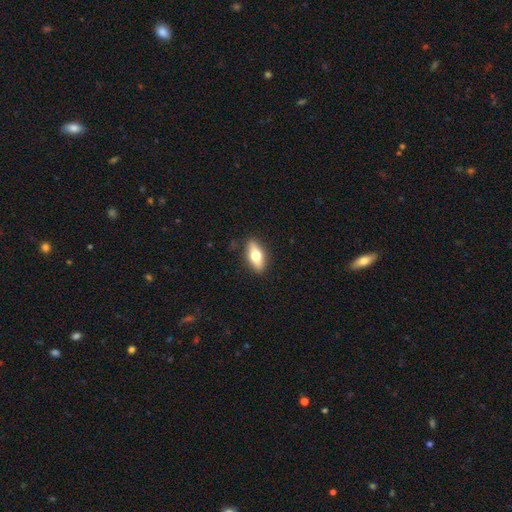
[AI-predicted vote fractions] Q: Smooth or featured?
A: smooth (59%); runner-up: featured or disk (34%)
Q: How rounded?
A: in between (73%); runner-up: cigar-shaped (22%)
Q: Merging?
A: none (88%); runner-up: minor disturbance (9%)